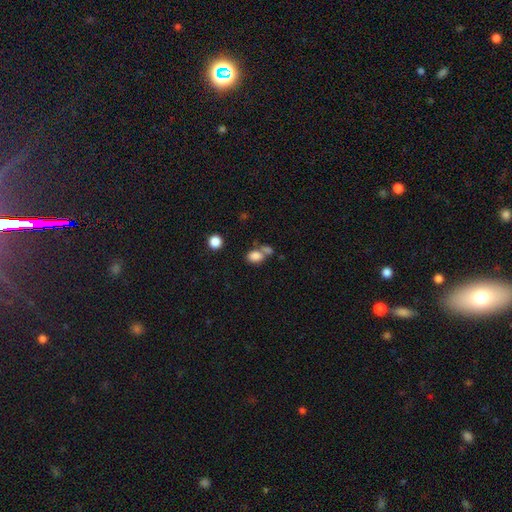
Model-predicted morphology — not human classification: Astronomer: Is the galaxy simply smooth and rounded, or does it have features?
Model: smooth — 82%.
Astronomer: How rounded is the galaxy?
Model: in between — 77%.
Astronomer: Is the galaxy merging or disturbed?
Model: merger — 41%, tied with none at 41%.